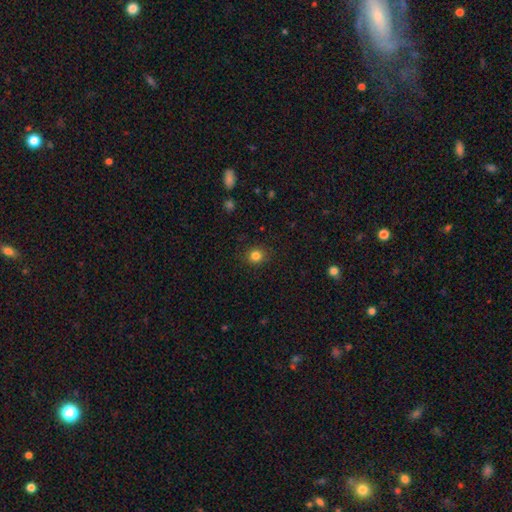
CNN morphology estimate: Smooth or featured? Predicted: smooth (p=0.83). How rounded? Predicted: round (p=0.85). Merging? Predicted: none (p=0.89).